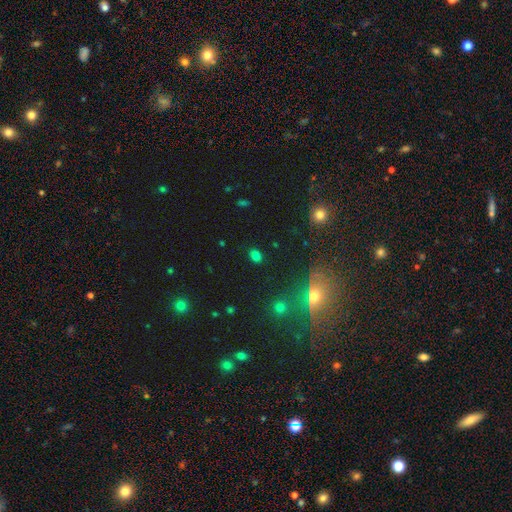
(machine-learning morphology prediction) smooth-or-featured: smooth: 73% | star or artifact: 21% | featured or disk: 6%
  how-rounded: in between: 70% | round: 28% | cigar-shaped: 2%
  merging: none: 85% | minor disturbance: 10% | major disturbance: 3% | merger: 2%